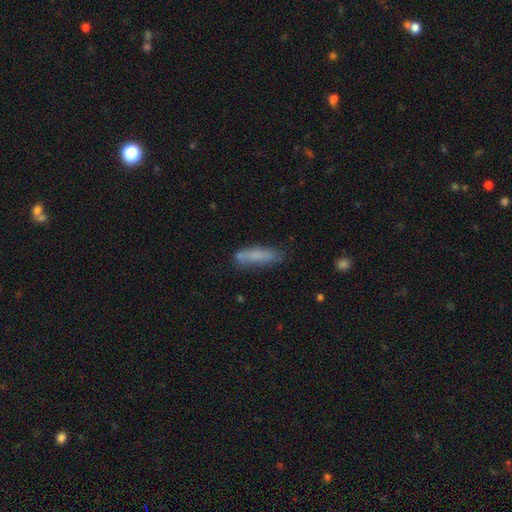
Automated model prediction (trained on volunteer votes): A smooth galaxy with no disk features (74%) that is cigar-shaped (74%). Merging: none (65%).